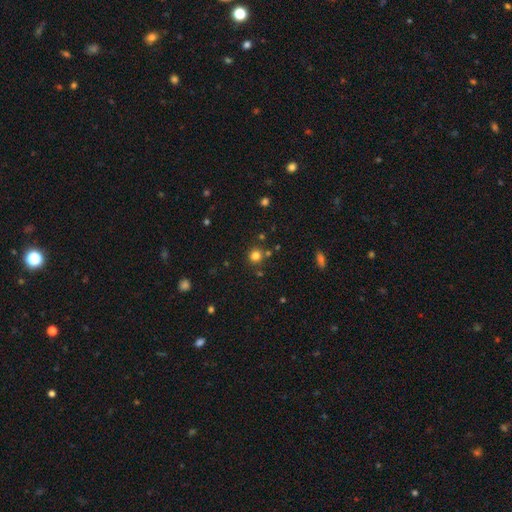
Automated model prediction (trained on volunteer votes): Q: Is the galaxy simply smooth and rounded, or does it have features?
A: smooth — 79%.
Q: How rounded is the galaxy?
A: round — 91%.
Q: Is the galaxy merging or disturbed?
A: none — 80%.